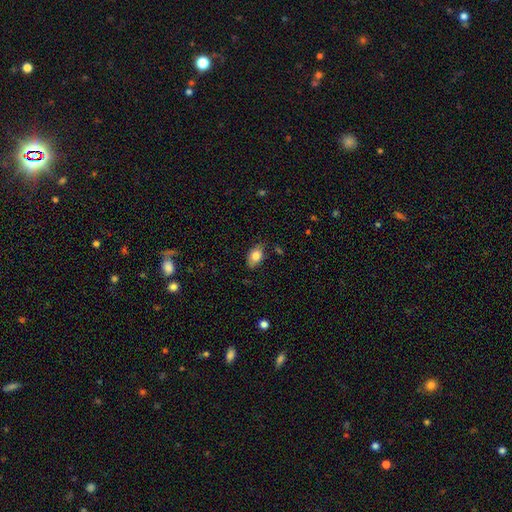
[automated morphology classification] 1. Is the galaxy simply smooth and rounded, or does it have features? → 80% smooth, 12% featured or disk, 8% star or artifact.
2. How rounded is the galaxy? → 85% in between, 13% round, 2% cigar-shaped.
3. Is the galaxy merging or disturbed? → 68% none, 25% minor disturbance, 5% major disturbance, 2% merger.